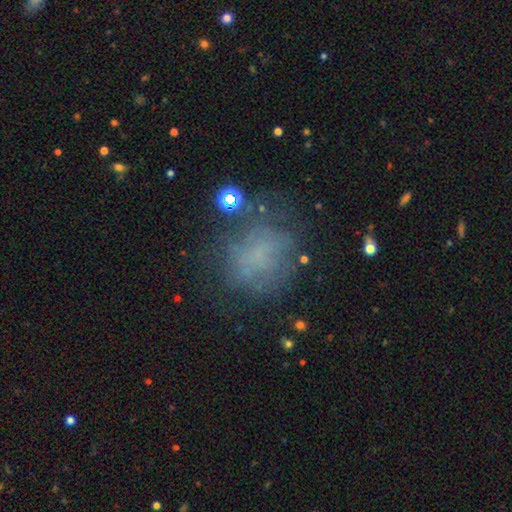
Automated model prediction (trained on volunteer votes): This appears to be a smooth galaxy with no disk features (51%) that is round (67%). Merging: none (60%).